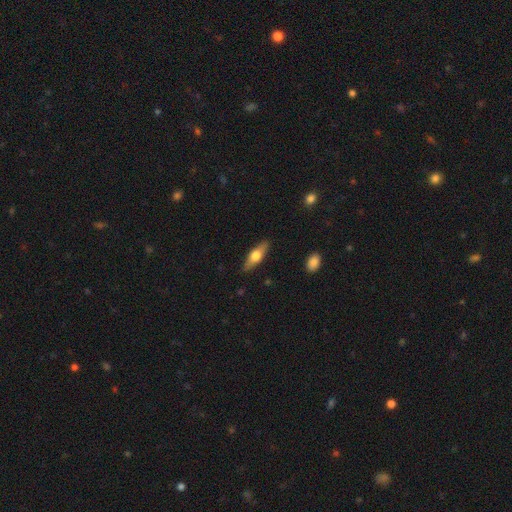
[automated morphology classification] A smooth galaxy with no disk features (50%) that is in between round and cigar-shaped (50%). Merging: none (87%).